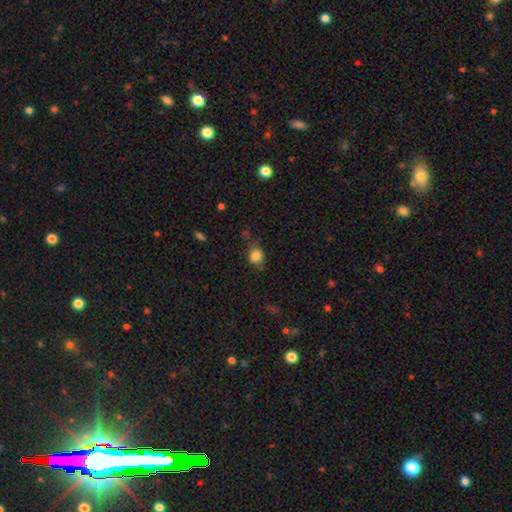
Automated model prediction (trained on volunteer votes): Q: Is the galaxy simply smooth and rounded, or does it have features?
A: smooth — 82%.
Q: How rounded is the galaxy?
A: round — 66%.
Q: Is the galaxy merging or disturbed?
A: none — 63%.